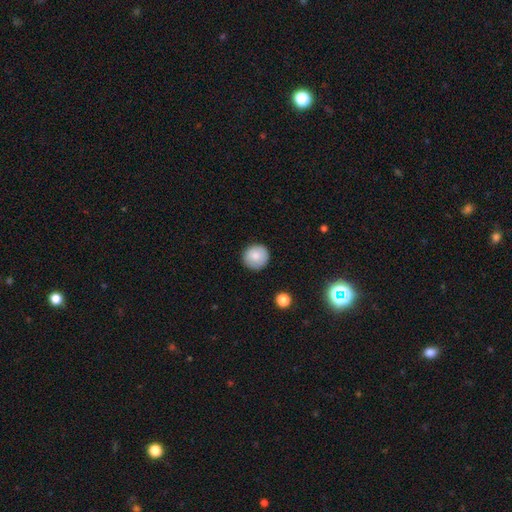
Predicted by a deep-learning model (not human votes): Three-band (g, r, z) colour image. It shows a smooth galaxy with no disk features (81%) that is round (95%). Merging: none (89%).